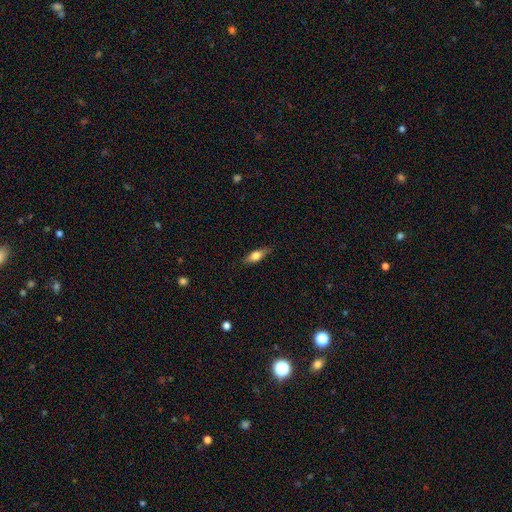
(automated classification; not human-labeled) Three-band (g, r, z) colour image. It shows a smooth galaxy with no disk features (64%) that is in between round and cigar-shaped (61%). Merging: none (80%).